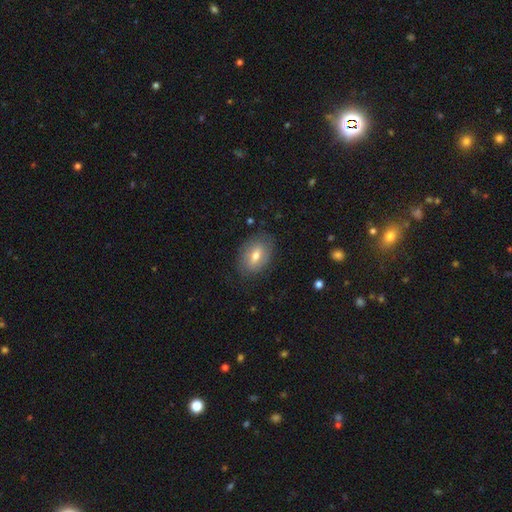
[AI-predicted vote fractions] Morphology: type=smooth (58%); roundness=in between (85%); merging=none (78%).